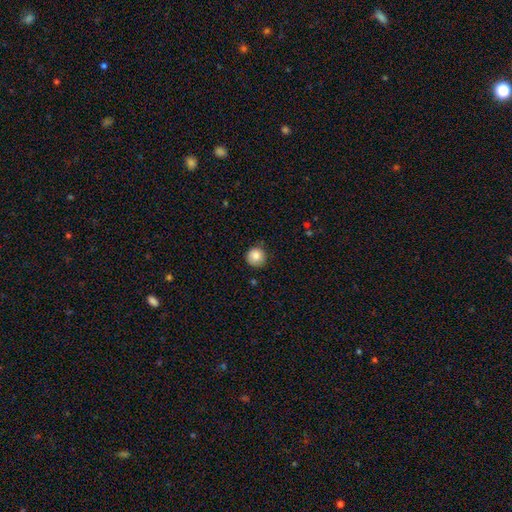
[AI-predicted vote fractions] smooth-or-featured: smooth: 83% | star or artifact: 9% | featured or disk: 8%
  how-rounded: round: 93% | in between: 6% | cigar-shaped: 1%
  merging: none: 80% | minor disturbance: 16% | major disturbance: 3% | merger: 1%